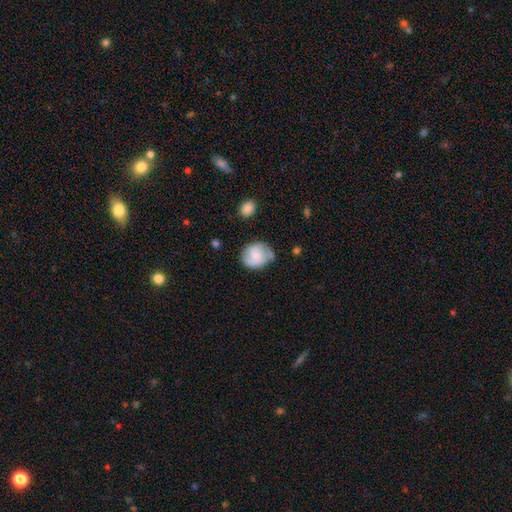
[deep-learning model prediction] A smooth galaxy with no disk features (48%). Merging: none (63%).